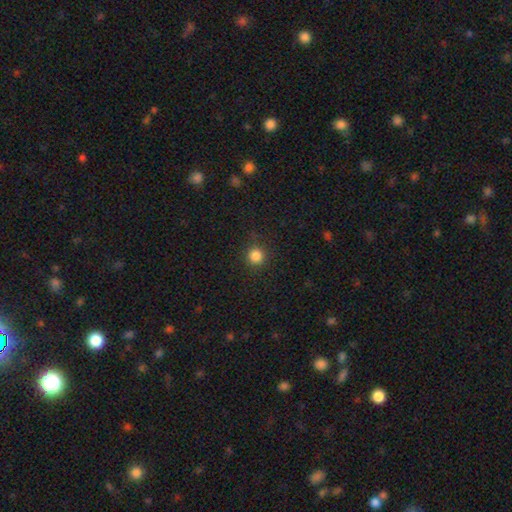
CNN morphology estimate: Smooth or featured? smooth (84%)
How rounded? round (93%)
Merging? none (89%)